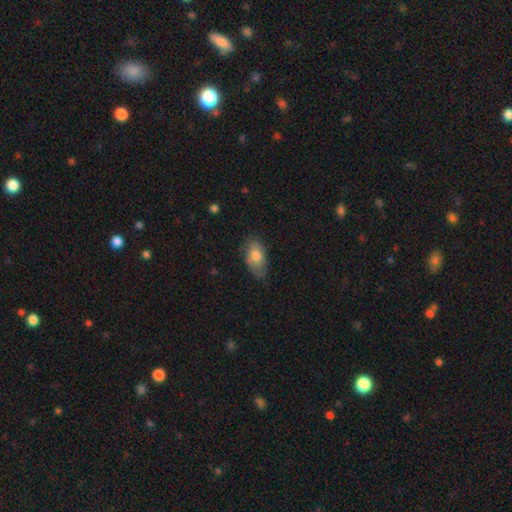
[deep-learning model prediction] This is likely a smooth galaxy (74%). How rounded: clearly in between (91%). Merging: likely none (63%).